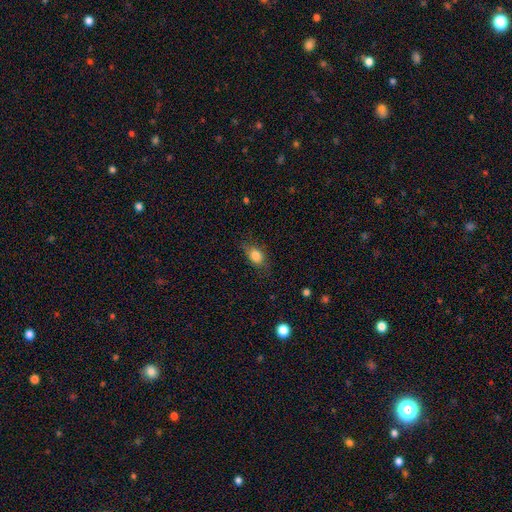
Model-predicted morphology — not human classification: This is clearly a smooth galaxy (81%). How rounded: likely in between (72%). Merging: likely none (71%).